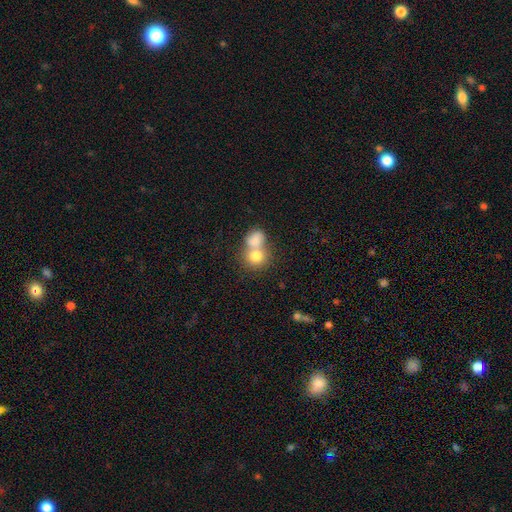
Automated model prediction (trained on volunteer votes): smooth 78%, featured or disk 13%, star or artifact 9%. Down the decision tree: how rounded — round (72%); merging — merger (61%).